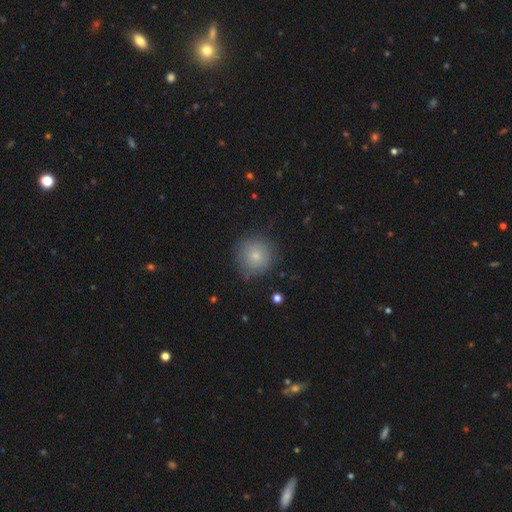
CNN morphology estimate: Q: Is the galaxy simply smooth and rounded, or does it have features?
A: smooth — 78%.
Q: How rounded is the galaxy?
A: round — 94%.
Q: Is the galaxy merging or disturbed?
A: none — 79%.